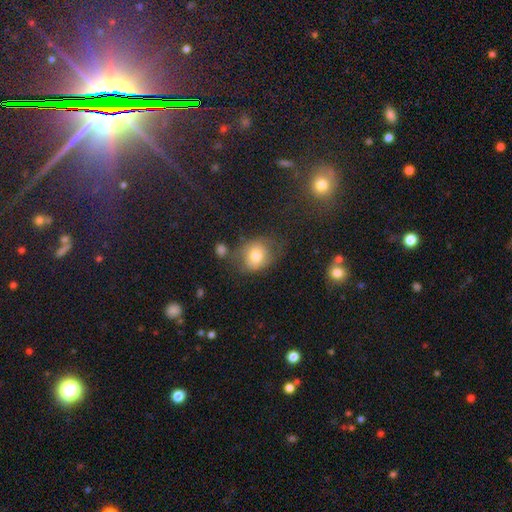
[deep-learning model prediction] Smooth or featured? smooth (72%)
How rounded? round (58%)
Merging? none (50%)